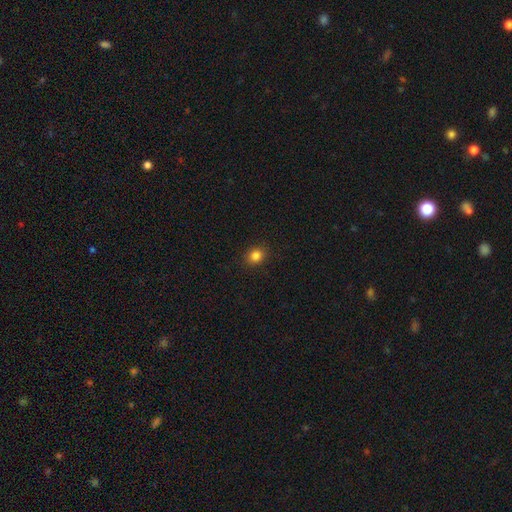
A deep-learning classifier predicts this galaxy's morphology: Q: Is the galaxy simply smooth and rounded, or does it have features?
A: smooth — 84%.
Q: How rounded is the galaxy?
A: round — 69%.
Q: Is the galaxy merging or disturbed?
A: none — 90%.